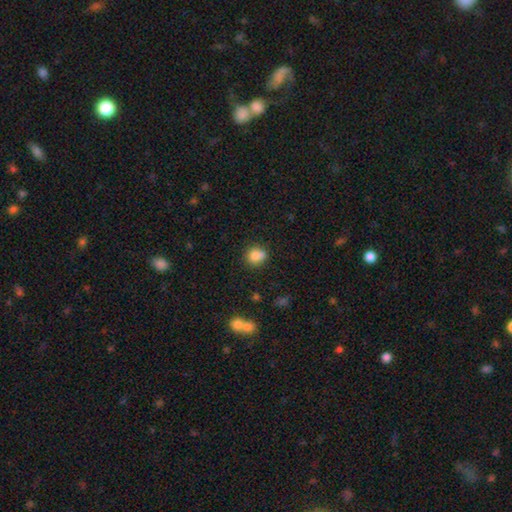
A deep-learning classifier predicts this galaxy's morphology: Smooth or featured? Predicted: smooth (p=0.78). How rounded? Predicted: round (p=0.80). Merging? Predicted: none (p=0.52).